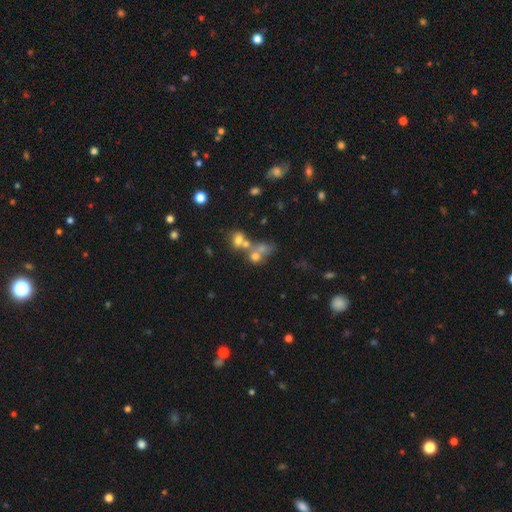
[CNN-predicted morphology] smooth 57%, featured or disk 24%, star or artifact 19%. Down the decision tree: how rounded — round (67%); merging — merger (53%).